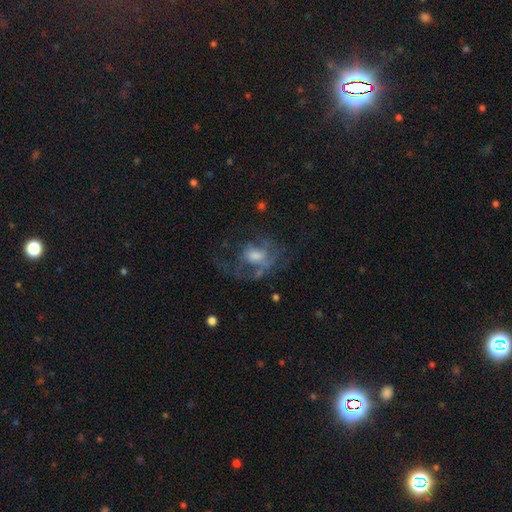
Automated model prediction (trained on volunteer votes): A featured or disk galaxy (59%) with no bar (72%), spiral arms (52%) and a moderate central bulge (51%).

Vote fractions:
- Smooth or featured? featured or disk: 59% / smooth: 29% / star or artifact: 13%
- Edge-on disk? no: 96% / yes: 4%
- Bar? no: 72% / weak: 24% / strong: 4%
- Spiral arms? yes: 52% / no: 48%
- Bulge size? moderate: 51% / small: 26% / large: 13% / none: 8% / dominant: 2%
- Merging? major disturbance: 41% / none: 37% / minor disturbance: 19% / merger: 3%